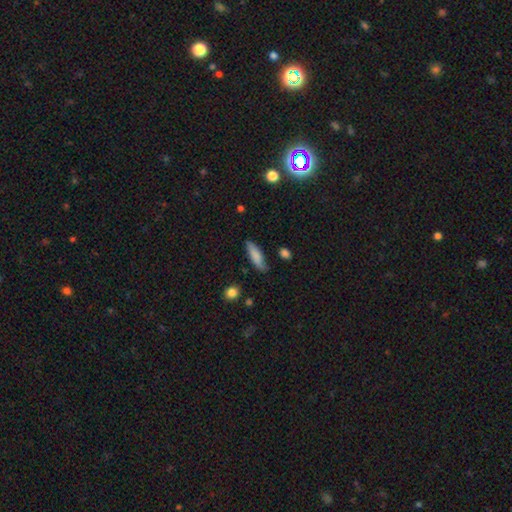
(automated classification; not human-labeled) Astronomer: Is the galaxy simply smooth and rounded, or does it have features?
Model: smooth — 78%.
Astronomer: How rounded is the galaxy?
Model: cigar-shaped — 55% (runner-up: in between, 43%).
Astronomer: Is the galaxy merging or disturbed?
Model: none — 77%.